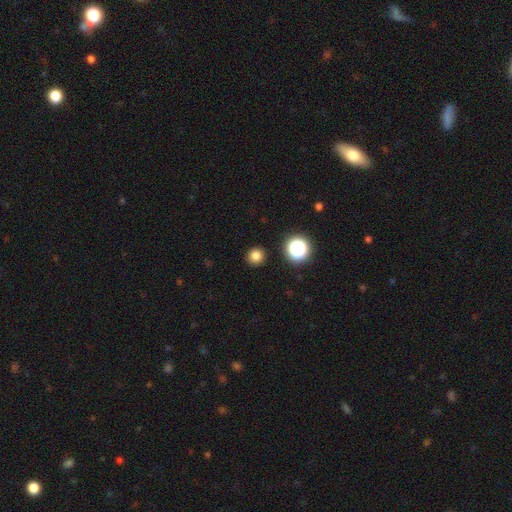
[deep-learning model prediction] This appears to be a smooth galaxy with no disk features (80%) that is round (94%). Merging: none (92%).